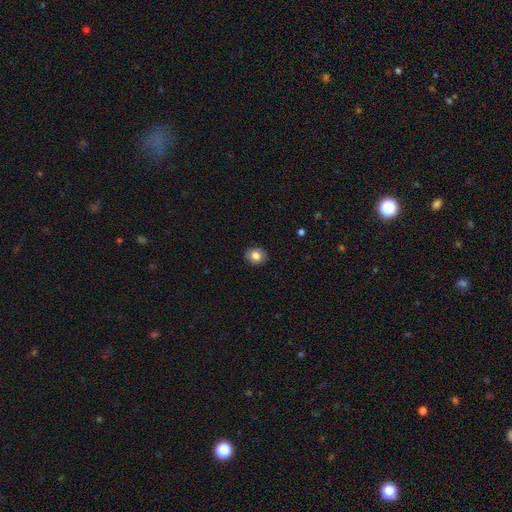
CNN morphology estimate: smooth-or-featured: smooth: 82% | featured or disk: 10% | star or artifact: 9%
  how-rounded: round: 70% | in between: 29% | cigar-shaped: 1%
  merging: none: 90% | minor disturbance: 8% | major disturbance: 2% | merger: 1%